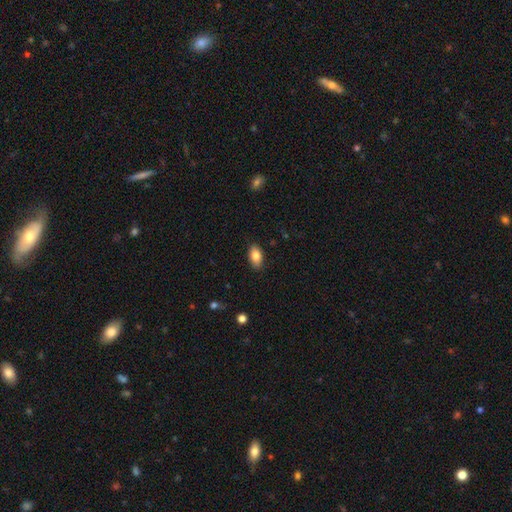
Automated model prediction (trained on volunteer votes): A smooth galaxy with no disk features (85%) that is in between round and cigar-shaped (92%). Merging: none (87%).